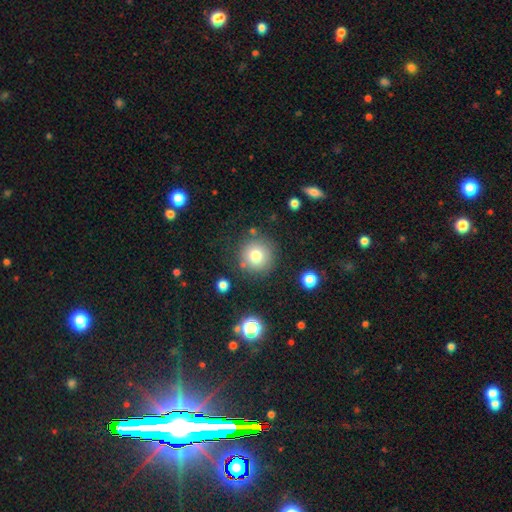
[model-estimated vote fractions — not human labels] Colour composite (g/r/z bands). It shows a smooth galaxy with no disk features (76%) that is round (95%). Merging: none (82%).